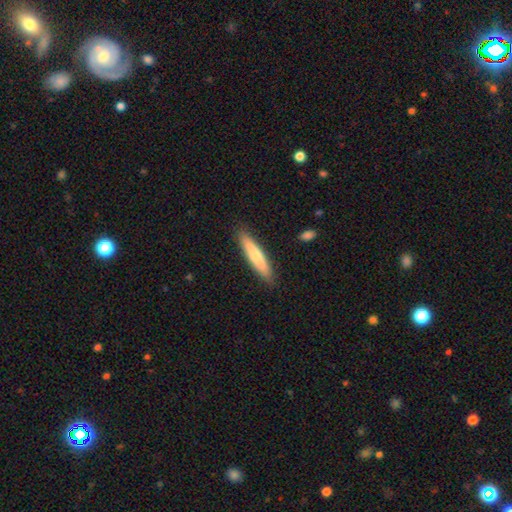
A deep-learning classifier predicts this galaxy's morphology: This appears to be a smooth galaxy with no disk features (69%) that is cigar-shaped (89%). Merging: none (89%).